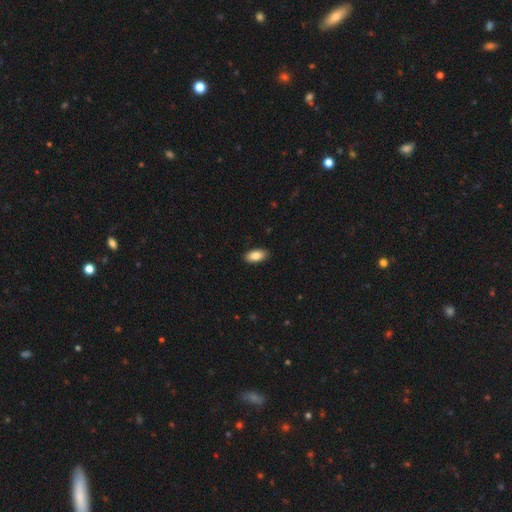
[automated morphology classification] This appears to be a smooth galaxy with no disk features (85%) that is in between round and cigar-shaped (93%). Merging: none (89%).